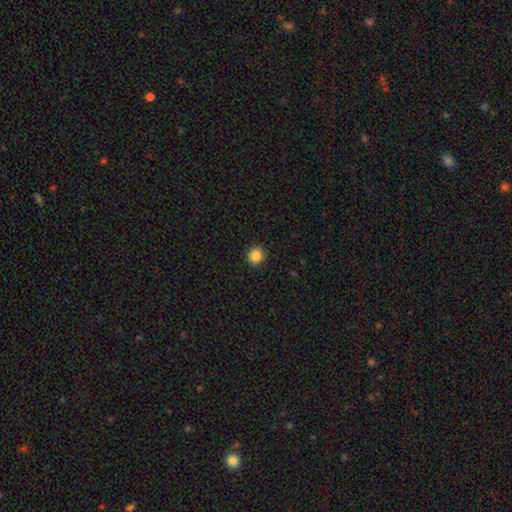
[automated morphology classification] Q: Smooth or featured?
A: smooth (86%); runner-up: star or artifact (11%)
Q: How rounded?
A: round (93%); runner-up: in between (6%)
Q: Merging?
A: none (93%); runner-up: minor disturbance (5%)